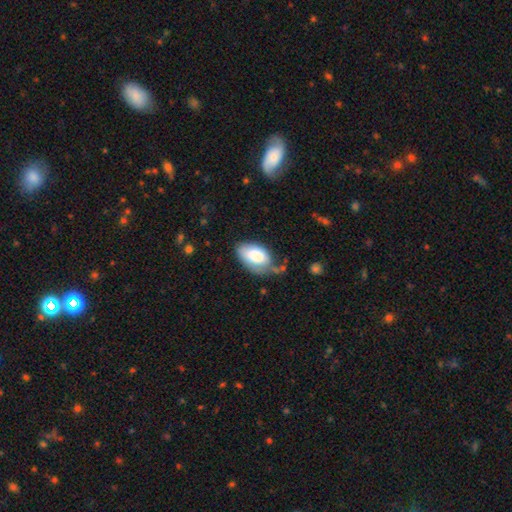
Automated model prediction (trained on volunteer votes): This appears to be a smooth galaxy with no disk features (80%) that is in between round and cigar-shaped (93%). Merging: none (45%).